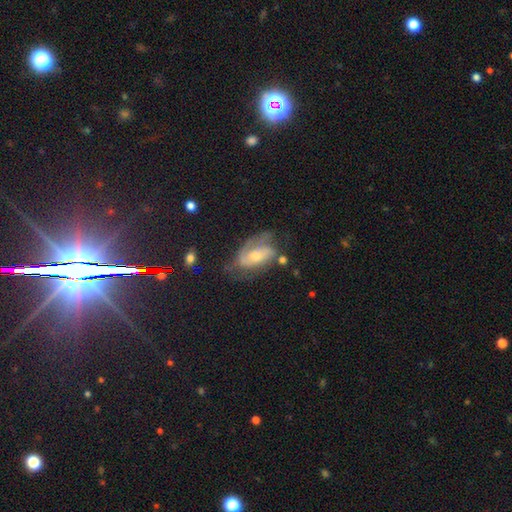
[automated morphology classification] featured or disk 69%, smooth 18%, star or artifact 13%. Down the decision tree: edge-on disk — no (94%); bar — no (54%); spiral arms — yes (85%); spiral arm count — 2 (54%); spiral winding — medium (41%); bulge size — small (47%, tied with moderate); merging — none (53%).